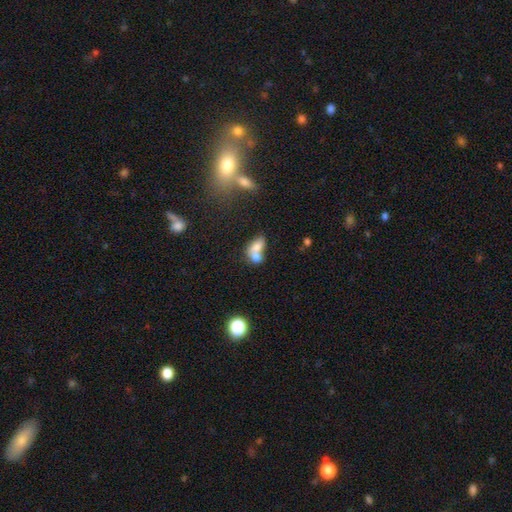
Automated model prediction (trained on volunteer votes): smooth-or-featured: smooth: 68% | featured or disk: 21% | star or artifact: 11%
  how-rounded: in between: 73% | round: 23% | cigar-shaped: 4%
  merging: merger: 70% | none: 18% | minor disturbance: 7% | major disturbance: 5%